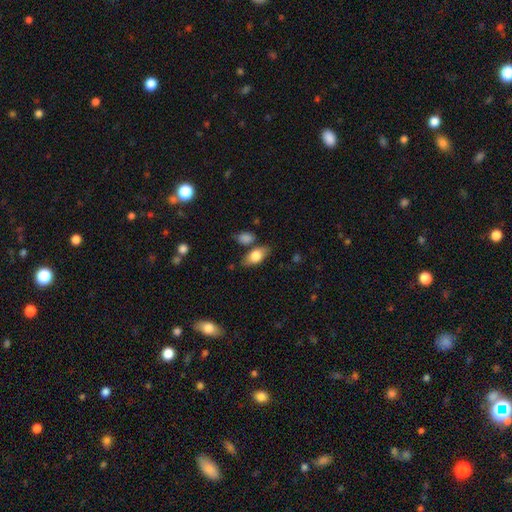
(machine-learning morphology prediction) Smooth or featured: smooth — 78% (featured or disk — 16%)
How rounded: in between — 88% (cigar-shaped — 6%)
Merging: none — 72% (minor disturbance — 15%)